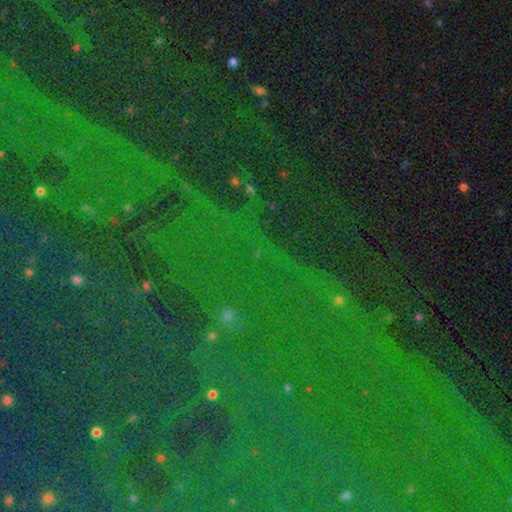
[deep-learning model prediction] This appears to be a star or artifact, not a galaxy (86%).